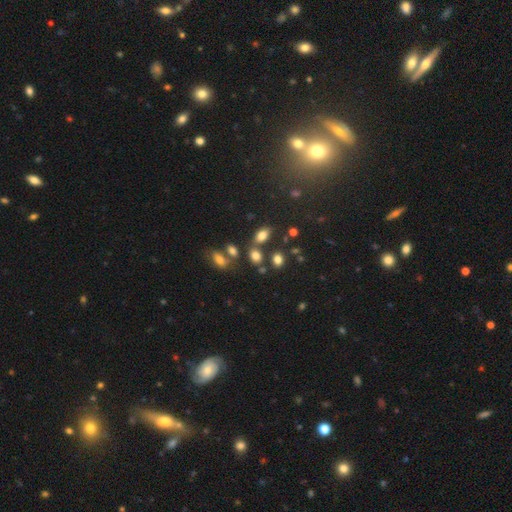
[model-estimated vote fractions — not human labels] smooth_or_featured: smooth (p=0.76) [alt: star or artifact p=0.15]
how_rounded: in between (p=0.67) [alt: round p=0.31]
merging: none (p=0.61) [alt: merger p=0.21]